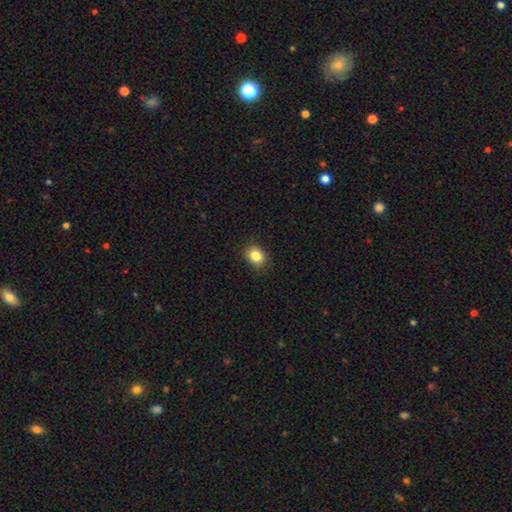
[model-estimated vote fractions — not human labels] A smooth galaxy with no disk features (84%) that is round (57%).

Vote fractions:
- Smooth or featured? smooth: 84% / star or artifact: 10% / featured or disk: 5%
- How rounded? round: 57% / in between: 42% / cigar-shaped: 1%
- Merging? none: 89% / minor disturbance: 8% / major disturbance: 2% / merger: 1%